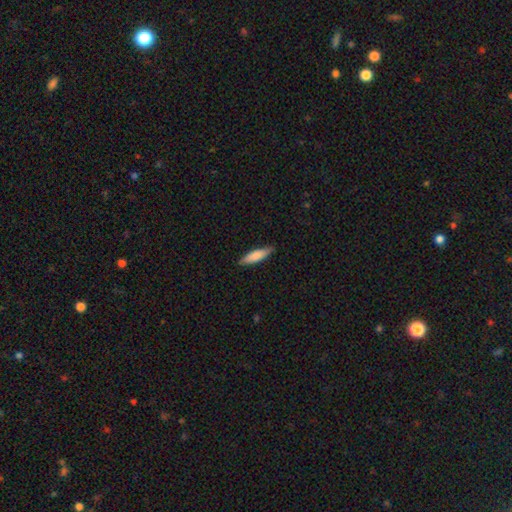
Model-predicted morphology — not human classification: A smooth galaxy with no disk features (80%) that is cigar-shaped (68%).

Vote fractions:
- Smooth or featured? smooth: 80% / featured or disk: 15% / star or artifact: 5%
- How rounded? cigar-shaped: 68% / in between: 30% / round: 1%
- Merging? none: 86% / minor disturbance: 11% / major disturbance: 2% / merger: 1%